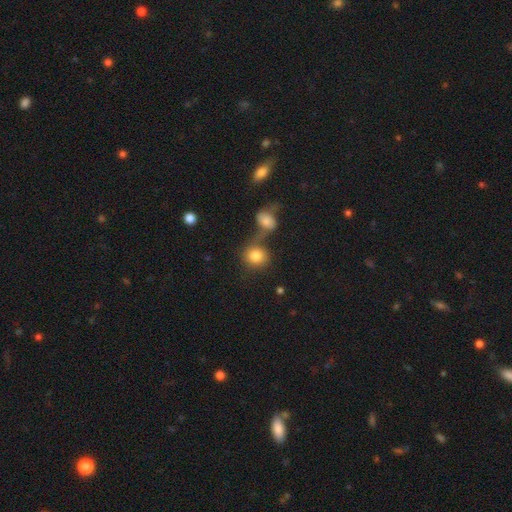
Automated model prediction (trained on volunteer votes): Smooth or featured? Predicted: smooth (p=0.82). How rounded? Predicted: round (p=0.81). Merging? Predicted: none (p=0.46).